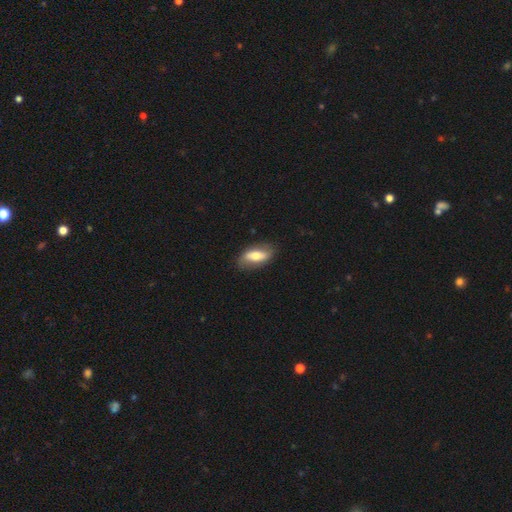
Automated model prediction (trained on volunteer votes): smooth 57%, featured or disk 37%, star or artifact 6%. Down the decision tree: how rounded — in between (82%); merging — none (79%).